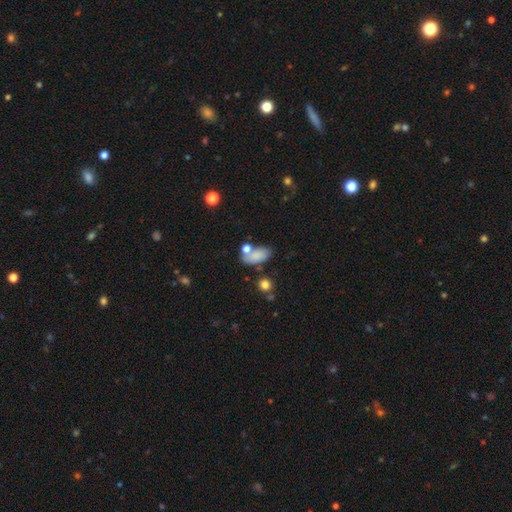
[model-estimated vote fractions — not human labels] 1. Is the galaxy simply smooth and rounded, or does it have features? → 78% smooth, 12% featured or disk, 10% star or artifact.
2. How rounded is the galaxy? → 89% in between, 7% round, 3% cigar-shaped.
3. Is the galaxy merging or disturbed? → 51% none, 21% merger, 19% minor disturbance, 8% major disturbance.